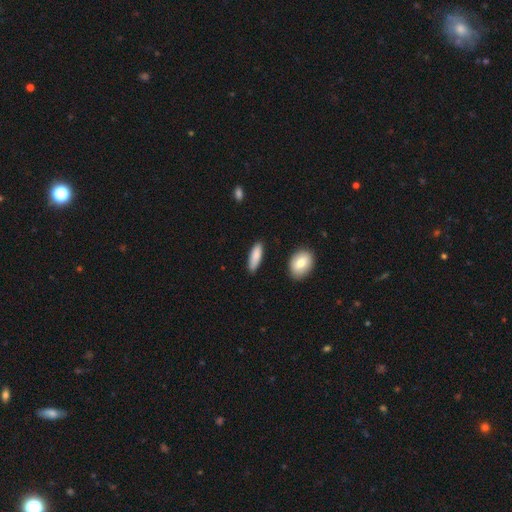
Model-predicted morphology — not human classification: Q: Smooth or featured?
A: smooth (85%); runner-up: featured or disk (9%)
Q: How rounded?
A: in between (51%); runner-up: cigar-shaped (47%)
Q: Merging?
A: none (84%); runner-up: minor disturbance (11%)